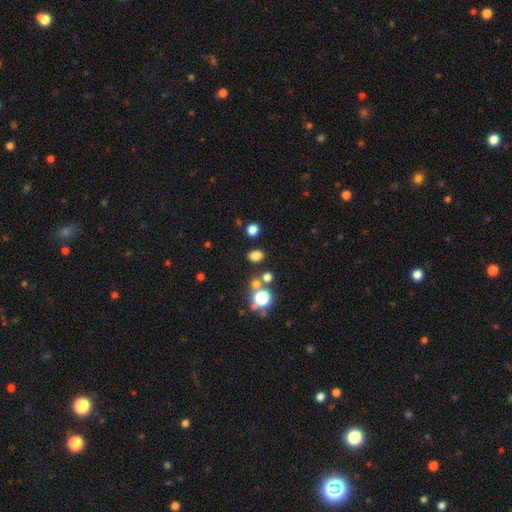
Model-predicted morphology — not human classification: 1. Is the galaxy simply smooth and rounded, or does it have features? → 76% smooth, 19% star or artifact, 6% featured or disk.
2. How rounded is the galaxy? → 58% in between, 41% round, 1% cigar-shaped.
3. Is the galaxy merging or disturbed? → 81% none, 9% minor disturbance, 7% merger, 3% major disturbance.